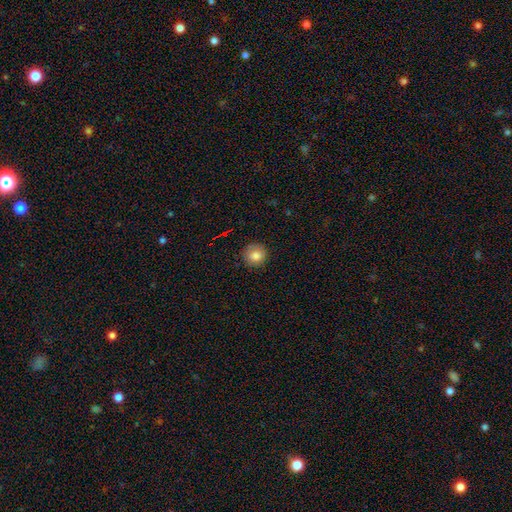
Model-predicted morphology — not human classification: Smooth or featured? Predicted: smooth (p=0.82). How rounded? Predicted: round (p=0.92). Merging? Predicted: none (p=0.88).